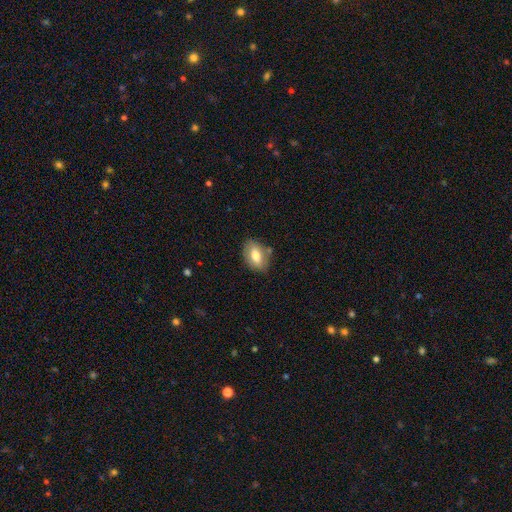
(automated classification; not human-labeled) smooth-or-featured: smooth: 69% | featured or disk: 24% | star or artifact: 7%
  how-rounded: in between: 89% | round: 9% | cigar-shaped: 2%
  merging: none: 76% | minor disturbance: 16% | merger: 4% | major disturbance: 4%